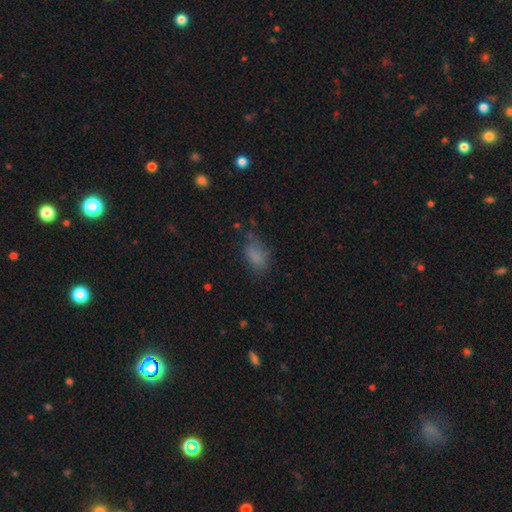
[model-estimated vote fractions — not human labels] smooth 78%, star or artifact 13%, featured or disk 9%. Down the decision tree: how rounded — in between (88%); merging — none (59%).